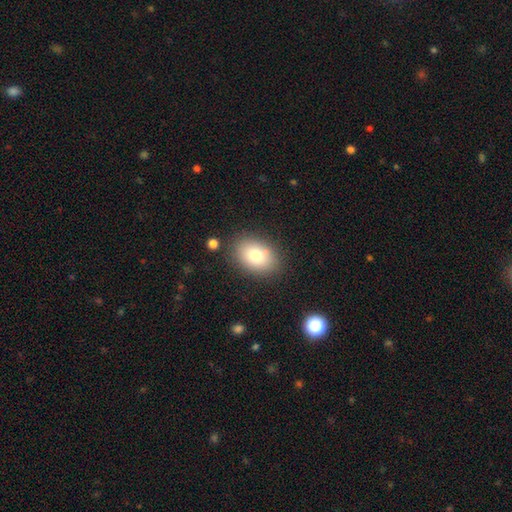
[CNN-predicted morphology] This appears to be a smooth galaxy with no disk features (79%) that is in between round and cigar-shaped (79%). Merging: none (82%).